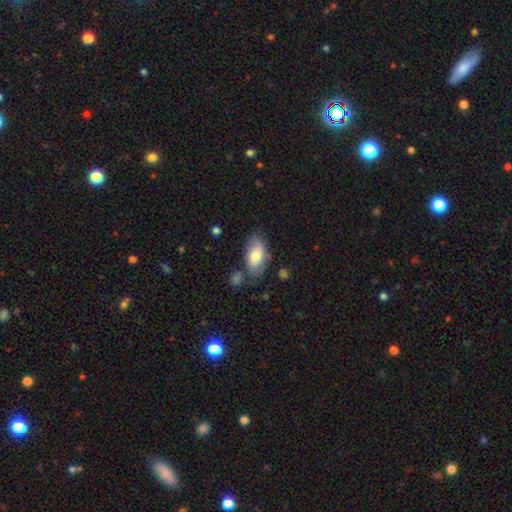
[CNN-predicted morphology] Q: Smooth or featured?
A: smooth (73%); runner-up: featured or disk (20%)
Q: How rounded?
A: in between (92%); runner-up: cigar-shaped (4%)
Q: Merging?
A: none (66%); runner-up: minor disturbance (21%)